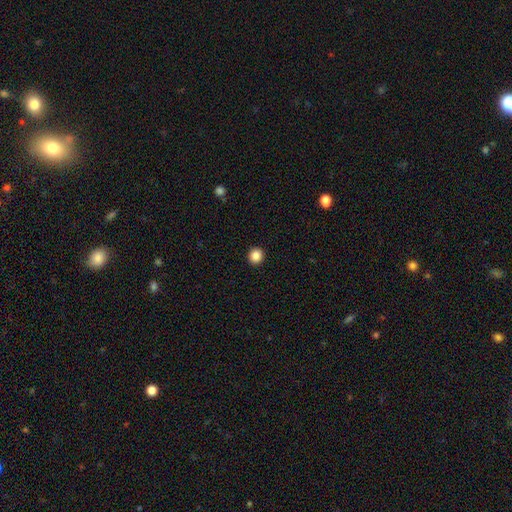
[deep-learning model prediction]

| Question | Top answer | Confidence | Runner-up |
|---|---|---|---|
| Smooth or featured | smooth | 86% | star or artifact (10%) |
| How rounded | round | 90% | in between (9%) |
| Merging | none | 94% | minor disturbance (4%) |